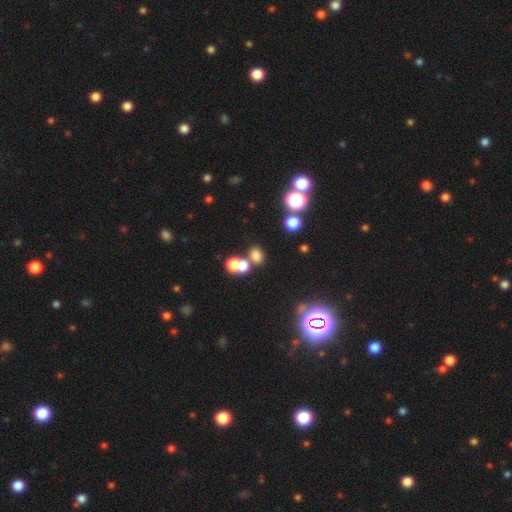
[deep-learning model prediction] This is likely a smooth galaxy (69%). How rounded: possibly in between (58%). Merging: possibly none (49%).